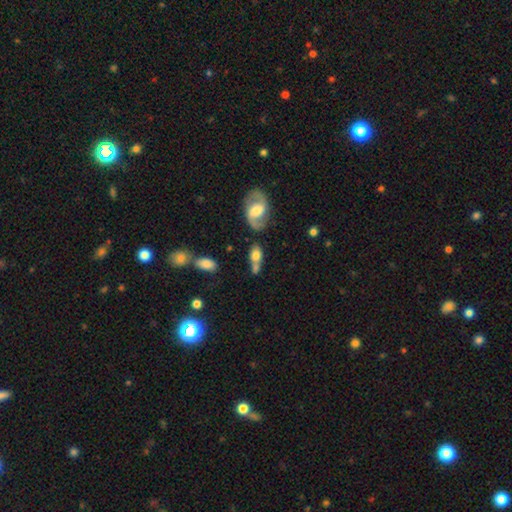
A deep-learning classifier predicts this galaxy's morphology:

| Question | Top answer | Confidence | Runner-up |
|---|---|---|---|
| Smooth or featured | smooth | 62% | featured or disk (29%) |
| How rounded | in between | 76% | round (14%) |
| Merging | none | 37% | merger (35%) |